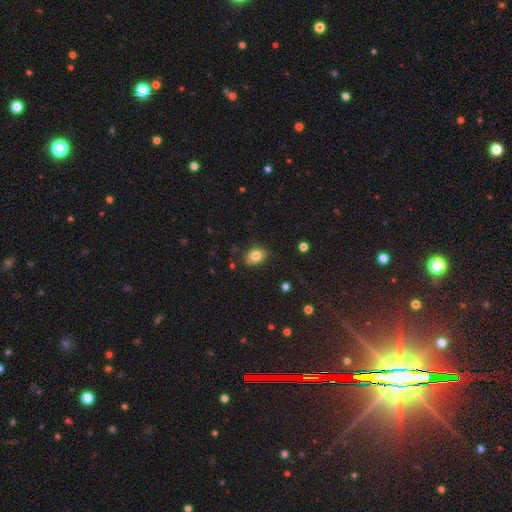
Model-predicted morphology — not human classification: smooth 81%, star or artifact 10%, featured or disk 10%. Down the decision tree: how rounded — in between (70%); merging — none (76%).